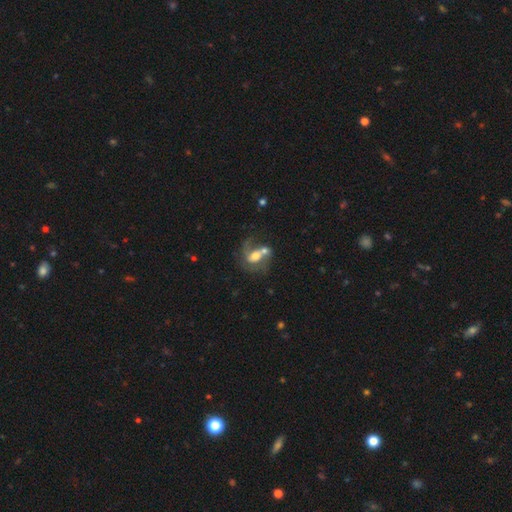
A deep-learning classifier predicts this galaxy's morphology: A featured or disk galaxy (57%) with no bar (52%), spiral arms (71%) and a moderate central bulge (58%).

Vote fractions:
- Smooth or featured? featured or disk: 57% / smooth: 34% / star or artifact: 9%
- Edge-on disk? no: 96% / yes: 4%
- Bar? no: 52% / weak: 34% / strong: 15%
- Spiral arms? yes: 71% / no: 29%
- Bulge size? moderate: 58% / large: 22% / small: 14% / none: 4% / dominant: 3%
- Merging? merger: 53% / none: 22% / major disturbance: 15% / minor disturbance: 11%